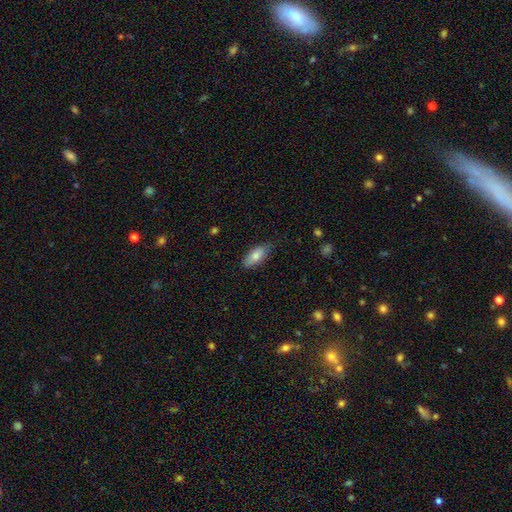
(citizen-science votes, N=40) A smooth galaxy with no disk features (82%) that is in between round and cigar-shaped (82%).

Vote fractions:
- Smooth or featured? smooth: 82% / featured or disk: 15% / star or artifact: 2%
- How rounded? in between: 82% / cigar-shaped: 18% / round: 0%
- Merging? none: 67% / minor disturbance: 28% / major disturbance: 5% / merger: 0%